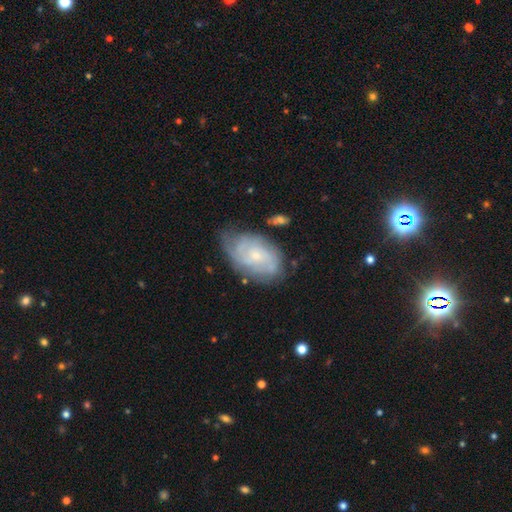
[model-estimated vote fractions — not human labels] smooth-or-featured: featured or disk: 72% | smooth: 21% | star or artifact: 7%
  disk-edge-on: no: 96% | yes: 4%
    bar: no: 74% | weak: 23% | strong: 3%
    has-spiral-arms: yes: 89% | no: 11%
      spiral-winding: tight: 59% | medium: 31% | loose: 10%
      spiral-arm-count: can't tell: 46% | 2: 21% | 3: 16% | 4: 9% | 1: 4% | more than 4: 4%
    bulge-size: small: 72% | moderate: 23% | none: 3% | large: 1% | dominant: 1%
  merging: none: 60% | minor disturbance: 27% | major disturbance: 9% | merger: 3%